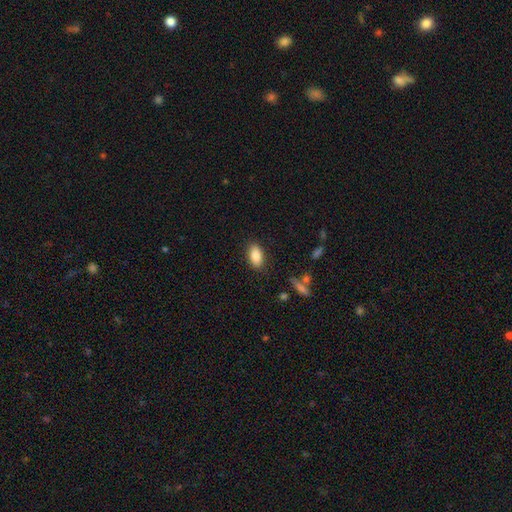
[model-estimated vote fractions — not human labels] Q: Smooth or featured?
A: smooth (86%); runner-up: star or artifact (8%)
Q: How rounded?
A: in between (90%); runner-up: cigar-shaped (6%)
Q: Merging?
A: none (86%); runner-up: minor disturbance (10%)